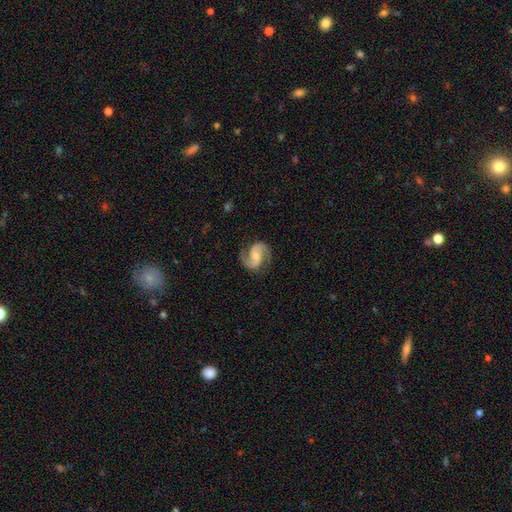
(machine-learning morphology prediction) This is clearly a featured or disk galaxy (91%). It is clearly not viewed edge-on (98%). Bar: marginally weak (42%). Spiral arm pattern: clearly yes (98%). Spiral arm count: clearly 2 (94%). Spiral winding: possibly medium (58%). Central bulge: possibly small (50%). Merging: clearly none (82%).